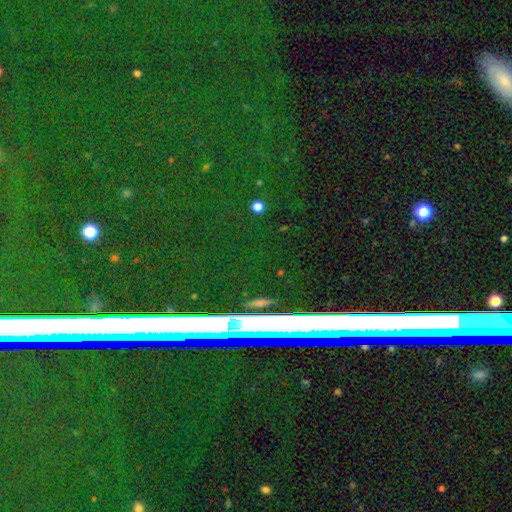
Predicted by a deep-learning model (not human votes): The model was most divided on "smooth or featured": star or artifact: 75%, smooth: 13%, featured or disk: 13%.